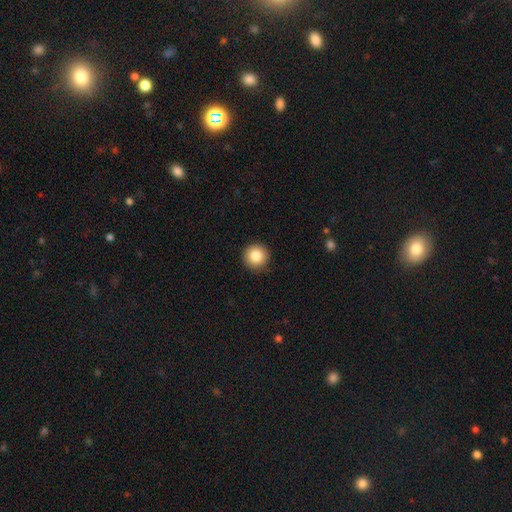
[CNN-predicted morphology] Smooth or featured: smooth — 84% (star or artifact — 9%)
How rounded: round — 96% (in between — 3%)
Merging: none — 91% (minor disturbance — 6%)